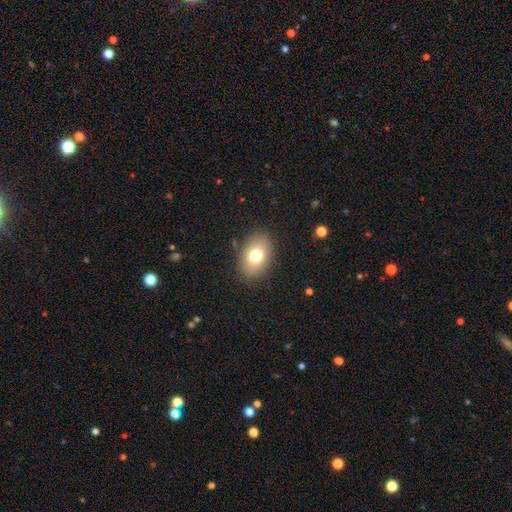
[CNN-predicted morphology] Smooth or featured? Predicted: smooth (p=0.75). How rounded? Predicted: in between (p=0.82). Merging? Predicted: none (p=0.86).